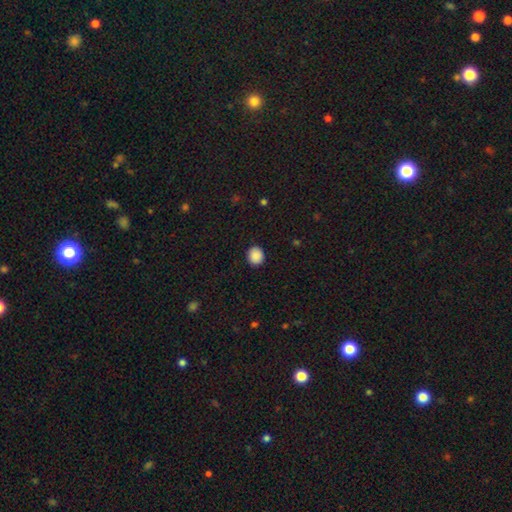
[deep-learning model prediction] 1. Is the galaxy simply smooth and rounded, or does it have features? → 89% smooth, 8% star or artifact, 2% featured or disk.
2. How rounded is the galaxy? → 75% round, 24% in between, 1% cigar-shaped.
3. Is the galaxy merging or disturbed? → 91% none, 6% minor disturbance, 2% major disturbance, 1% merger.